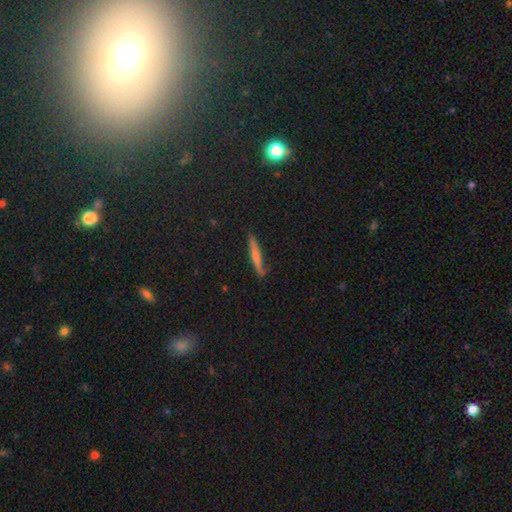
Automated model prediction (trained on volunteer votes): Overall: smooth (62%; featured or disk 30%). How rounded: cigar-shaped (94%). Merging: none (77%).